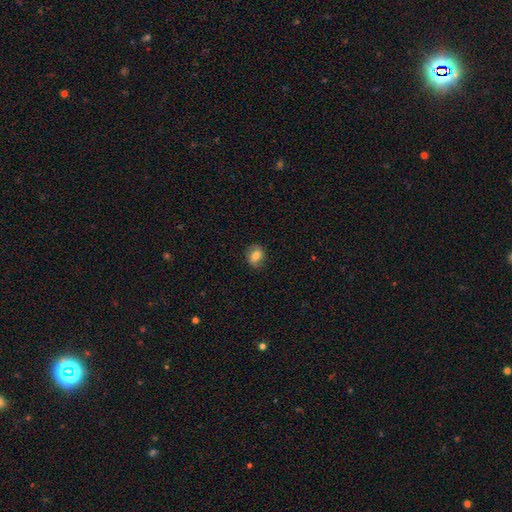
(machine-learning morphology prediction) Smooth or featured?
  - smooth: 74% *
  - featured or disk: 17%
  - star or artifact: 9%
How rounded?
  - round: 53% *
  - in between: 45%
  - cigar-shaped: 1%
Merging?
  - none: 81% *
  - minor disturbance: 14%
  - major disturbance: 3%
  - merger: 1%